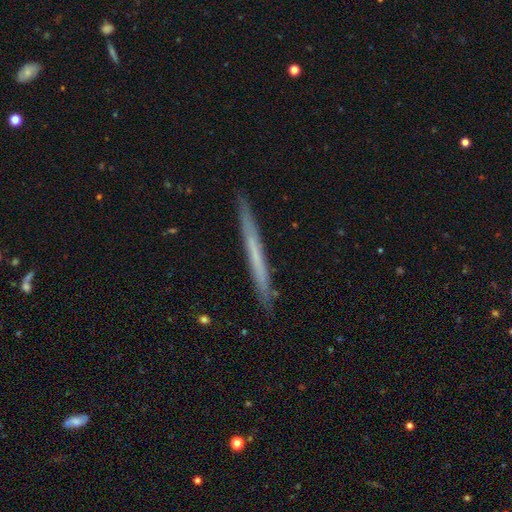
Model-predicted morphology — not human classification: type=smooth (51%); roundness=cigar-shaped (97%); merging=none (91%).